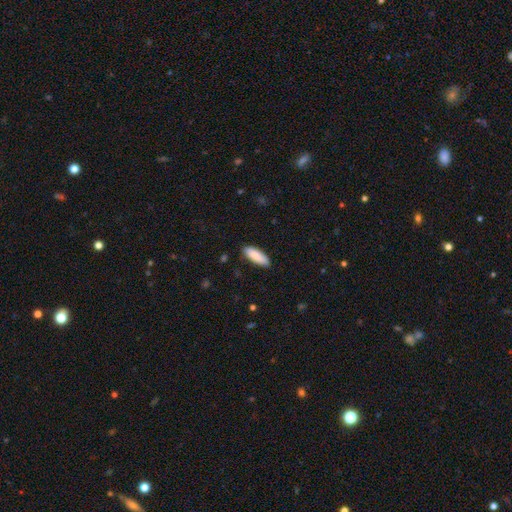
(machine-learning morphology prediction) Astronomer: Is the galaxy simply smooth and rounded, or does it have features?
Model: smooth — 89%.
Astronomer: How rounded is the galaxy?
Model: in between — 65%.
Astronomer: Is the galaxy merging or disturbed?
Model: none — 87%.